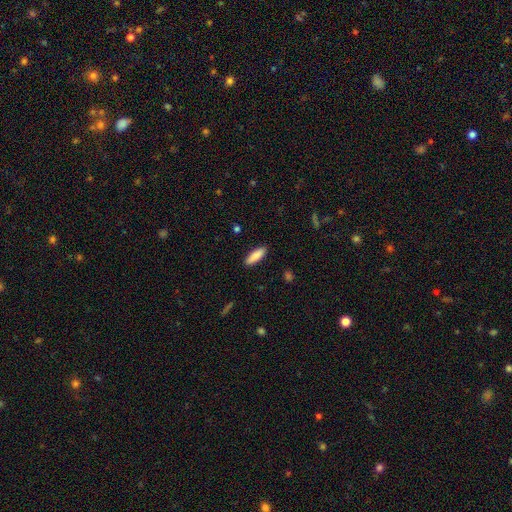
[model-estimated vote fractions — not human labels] Q: Smooth or featured?
A: smooth (88%); runner-up: featured or disk (6%)
Q: How rounded?
A: in between (53%); runner-up: cigar-shaped (46%)
Q: Merging?
A: none (89%); runner-up: minor disturbance (8%)